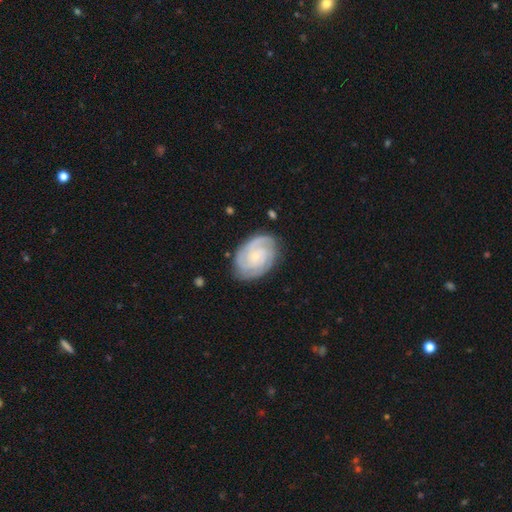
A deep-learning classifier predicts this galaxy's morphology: smooth_or_featured: featured or disk (p=0.86) [alt: smooth p=0.09]
disk_edge_on: no (p=0.98) [alt: yes p=0.02]
bar: no (p=0.73) [alt: weak p=0.23]
has_spiral_arms: yes (p=0.97) [alt: no p=0.03]
spiral_winding: tight (p=0.69) [alt: medium p=0.26]
spiral_arm_count: 3 (p=0.38) [alt: 2 p=0.23]
bulge_size: small (p=0.76) [alt: moderate p=0.19]
merging: none (p=0.80) [alt: minor disturbance p=0.15]